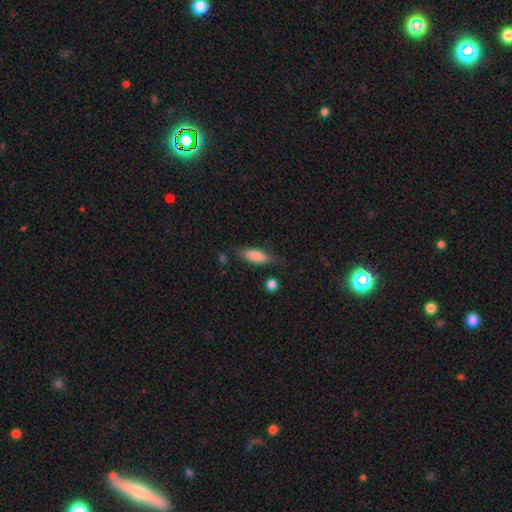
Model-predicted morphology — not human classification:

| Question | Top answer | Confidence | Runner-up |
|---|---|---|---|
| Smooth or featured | smooth | 79% | featured or disk (14%) |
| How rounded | in between | 65% | cigar-shaped (32%) |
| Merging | none | 67% | minor disturbance (23%) |